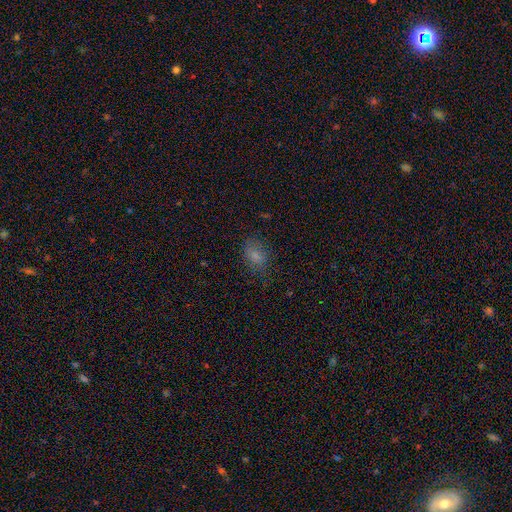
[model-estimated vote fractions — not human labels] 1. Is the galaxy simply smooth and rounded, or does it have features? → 76% smooth, 14% star or artifact, 10% featured or disk.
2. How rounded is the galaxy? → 79% in between, 19% round, 2% cigar-shaped.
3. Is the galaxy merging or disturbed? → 66% none, 23% minor disturbance, 9% major disturbance, 1% merger.